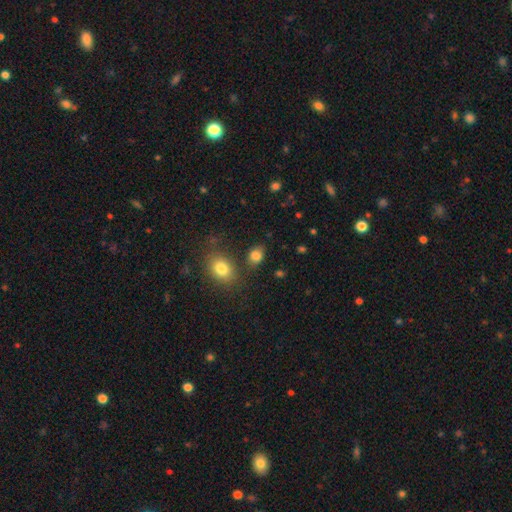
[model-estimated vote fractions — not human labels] The model was most divided on "how rounded": in between: 68%, round: 30%, cigar-shaped: 1%. More confident: smooth or featured — smooth (83%); merging — none (76%).